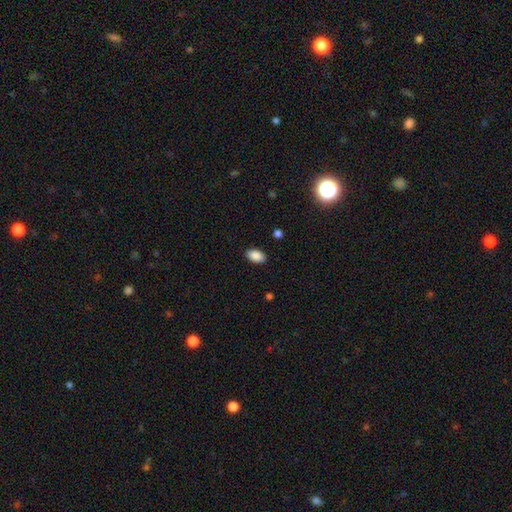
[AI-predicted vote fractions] smooth_or_featured: smooth (p=0.89) [alt: star or artifact p=0.08]
how_rounded: in between (p=0.92) [alt: round p=0.06]
merging: none (p=0.89) [alt: minor disturbance p=0.08]